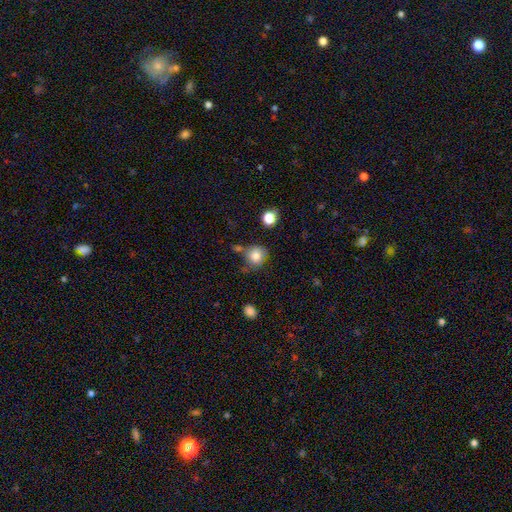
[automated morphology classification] smooth-or-featured: smooth: 82% | star or artifact: 11% | featured or disk: 8%
  how-rounded: round: 87% | in between: 12% | cigar-shaped: 1%
  merging: none: 66% | minor disturbance: 19% | merger: 9% | major disturbance: 6%